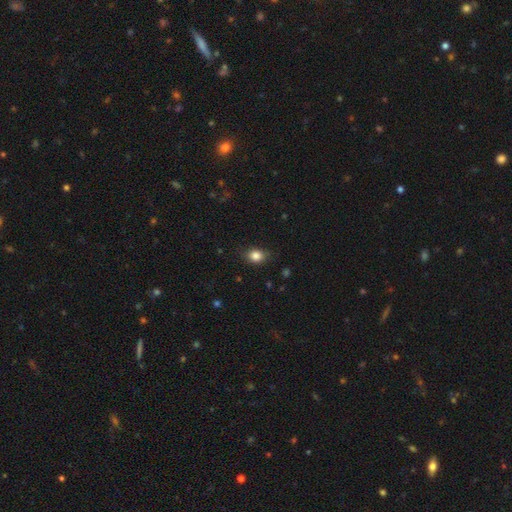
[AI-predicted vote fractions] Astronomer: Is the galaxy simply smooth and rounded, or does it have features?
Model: smooth — 85%.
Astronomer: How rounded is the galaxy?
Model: in between — 53% (runner-up: round, 46%).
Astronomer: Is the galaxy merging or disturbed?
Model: none — 78%.